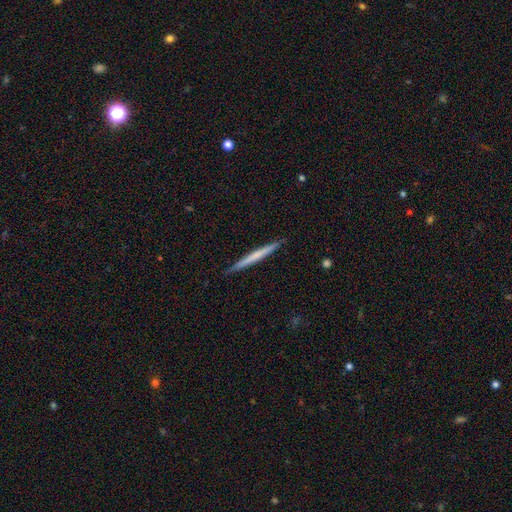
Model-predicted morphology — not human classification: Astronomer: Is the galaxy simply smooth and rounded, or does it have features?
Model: smooth — 51% (runner-up: featured or disk, 44%).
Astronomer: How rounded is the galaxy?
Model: cigar-shaped — 97%.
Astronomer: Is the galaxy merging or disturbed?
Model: none — 91%.